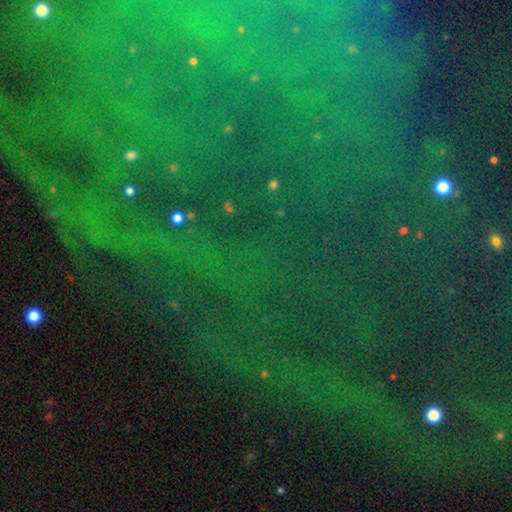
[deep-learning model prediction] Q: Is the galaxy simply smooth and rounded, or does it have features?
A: star or artifact — 80%.